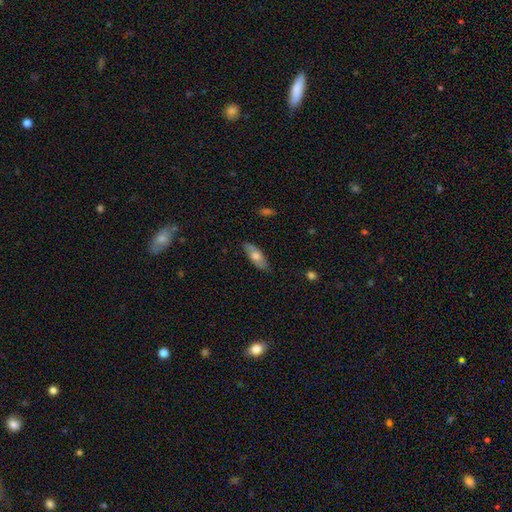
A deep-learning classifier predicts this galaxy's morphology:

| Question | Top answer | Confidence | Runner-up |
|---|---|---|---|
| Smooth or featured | smooth | 62% | featured or disk (32%) |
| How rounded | in between | 75% | cigar-shaped (23%) |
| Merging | none | 81% | minor disturbance (15%) |